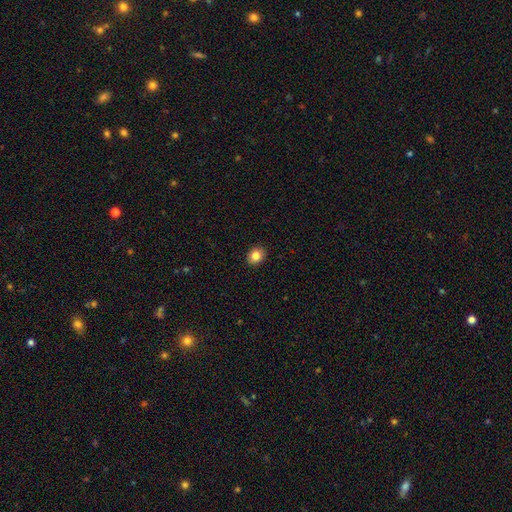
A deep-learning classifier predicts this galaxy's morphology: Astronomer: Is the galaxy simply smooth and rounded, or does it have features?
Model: smooth — 83%.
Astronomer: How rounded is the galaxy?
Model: round — 57% (runner-up: in between, 43%).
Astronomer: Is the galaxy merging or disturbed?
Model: none — 91%.